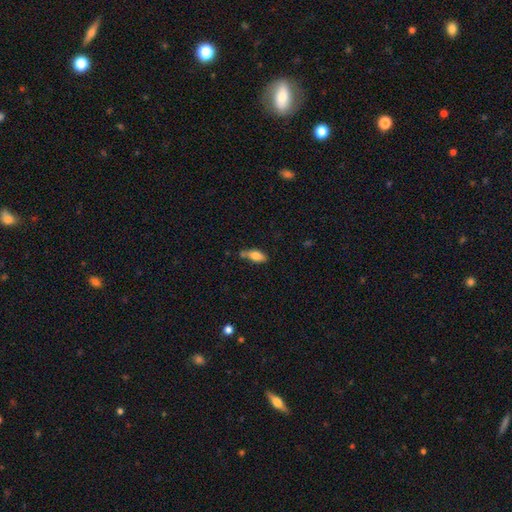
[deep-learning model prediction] smooth 80%, featured or disk 12%, star or artifact 8%. Down the decision tree: how rounded — in between (85%); merging — none (52%).